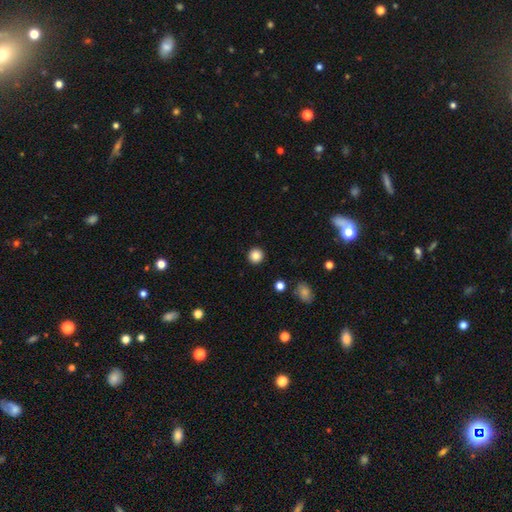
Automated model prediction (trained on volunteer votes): smooth_or_featured: smooth (p=0.85) [alt: star or artifact p=0.10]
how_rounded: round (p=0.95) [alt: in between p=0.04]
merging: none (p=0.92) [alt: minor disturbance p=0.05]